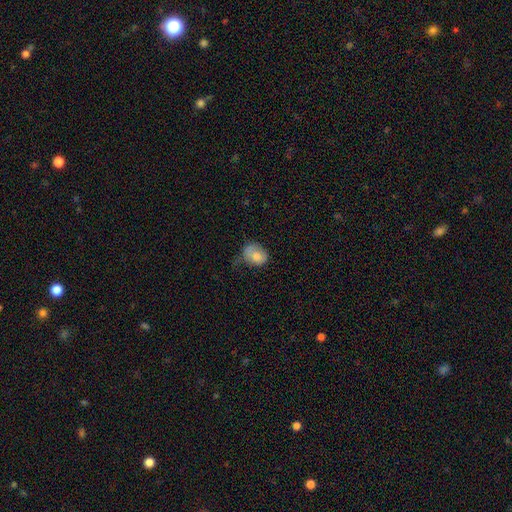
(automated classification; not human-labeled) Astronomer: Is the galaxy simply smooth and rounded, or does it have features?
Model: smooth — 75%.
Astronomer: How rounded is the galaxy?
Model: in between — 54% (runner-up: round, 45%).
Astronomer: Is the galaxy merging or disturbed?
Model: none — 39% (runner-up: minor disturbance, 38%).